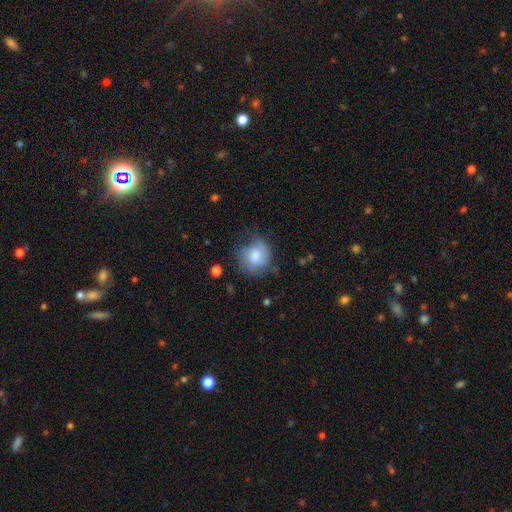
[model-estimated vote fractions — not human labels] smooth 78%, featured or disk 14%, star or artifact 8%. Down the decision tree: how rounded — round (77%); merging — none (55%).